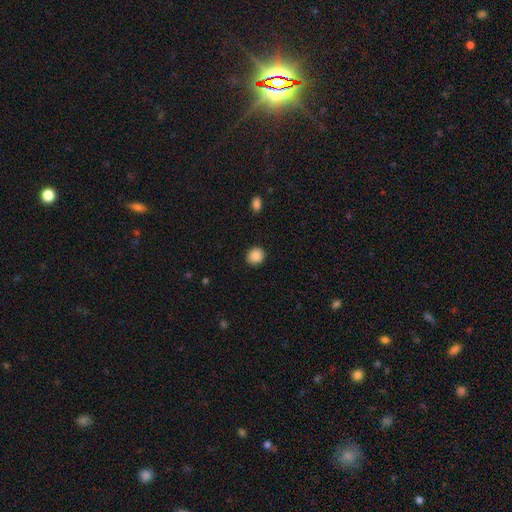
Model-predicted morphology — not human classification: The model was most divided on "how rounded": round: 86%, in between: 13%, cigar-shaped: 1%. More confident: merging — none (91%); smooth or featured — smooth (89%).